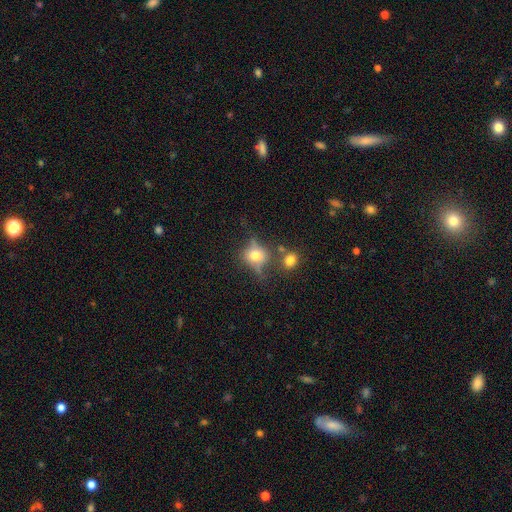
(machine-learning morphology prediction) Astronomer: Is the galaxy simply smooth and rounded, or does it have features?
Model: smooth — 59%.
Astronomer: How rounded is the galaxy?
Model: round — 74%.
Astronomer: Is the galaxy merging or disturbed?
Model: none — 57%.